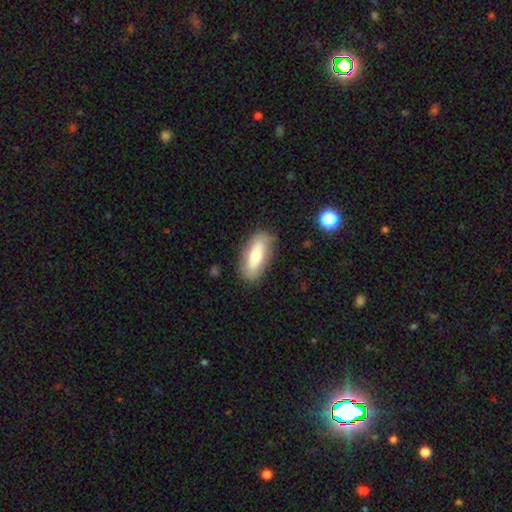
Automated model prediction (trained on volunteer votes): smooth-or-featured: smooth: 64% | featured or disk: 29% | star or artifact: 7%
  how-rounded: in between: 80% | cigar-shaped: 17% | round: 3%
  merging: none: 82% | minor disturbance: 13% | major disturbance: 4% | merger: 2%